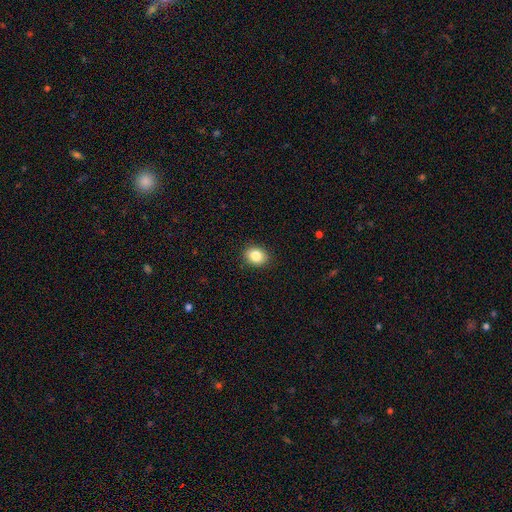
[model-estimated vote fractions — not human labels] Smooth or featured?
  - smooth: 85% *
  - star or artifact: 9%
  - featured or disk: 6%
How rounded?
  - round: 55% *
  - in between: 44%
  - cigar-shaped: 1%
Merging?
  - none: 90% *
  - minor disturbance: 7%
  - major disturbance: 2%
  - merger: 1%